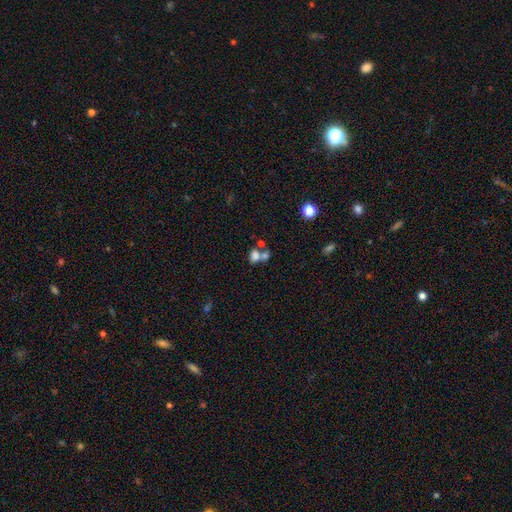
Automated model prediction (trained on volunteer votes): Smooth or featured? Predicted: smooth (p=0.73). How rounded? Predicted: in between (p=0.63). Merging? Predicted: merger (p=0.58).